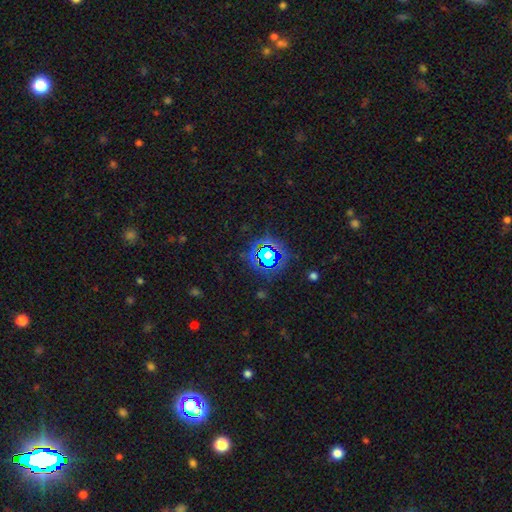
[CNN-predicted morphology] Smooth or featured?
  - star or artifact: 78% *
  - smooth: 14%
  - featured or disk: 8%